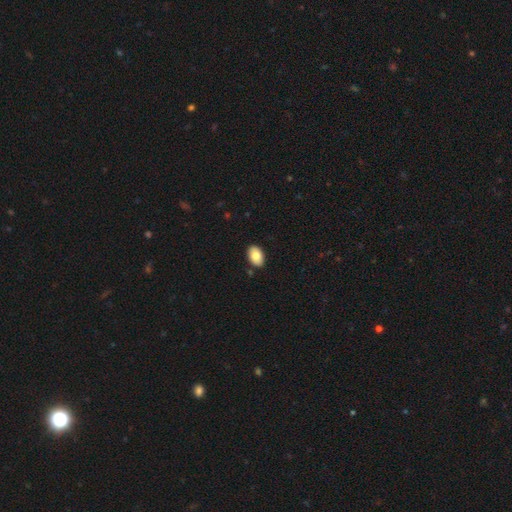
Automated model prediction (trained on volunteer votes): smooth 80%, featured or disk 13%, star or artifact 7%. Down the decision tree: how rounded — in between (92%); merging — none (88%).